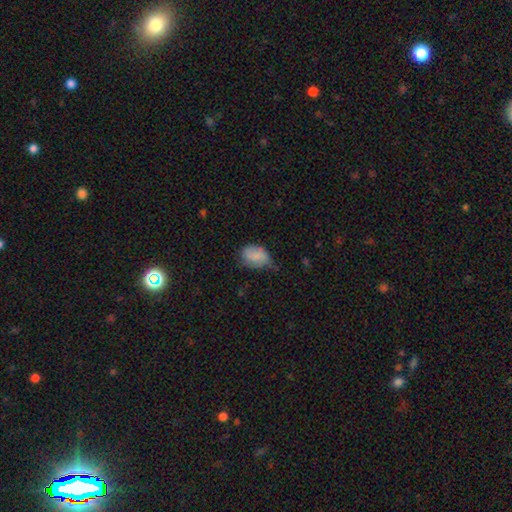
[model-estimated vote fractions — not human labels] Overall: smooth (76%). How rounded: in between (80%). Merging: minor disturbance (45%; none 39%).